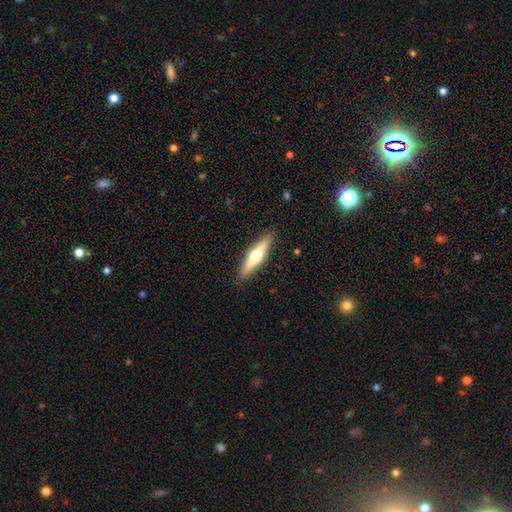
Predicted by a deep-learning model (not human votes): Smooth or featured? featured or disk (54%)
Edge-on disk? yes (95%)
Edge-on bulge? rounded (93%)
Merging? none (90%)